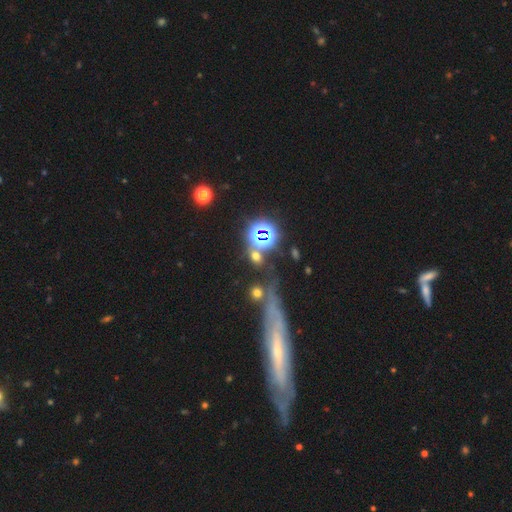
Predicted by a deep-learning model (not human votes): Smooth or featured?
  - smooth: 48% *
  - star or artifact: 42%
  - featured or disk: 10%
Merging?
  - none: 69% *
  - merger: 14%
  - minor disturbance: 10%
  - major disturbance: 7%